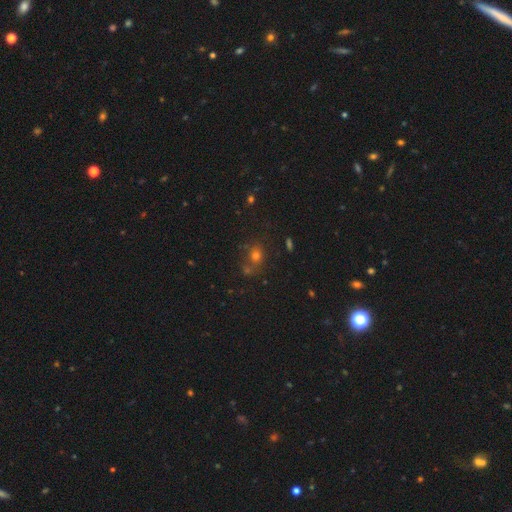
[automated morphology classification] smooth-or-featured: smooth: 63% | star or artifact: 26% | featured or disk: 11%
  how-rounded: round: 70% | in between: 29% | cigar-shaped: 1%
  merging: none: 63% | merger: 19% | minor disturbance: 13% | major disturbance: 5%